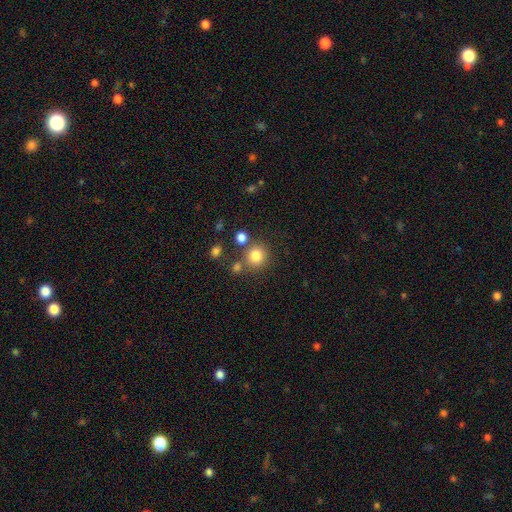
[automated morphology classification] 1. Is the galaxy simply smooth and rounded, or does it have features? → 81% smooth, 12% star or artifact, 7% featured or disk.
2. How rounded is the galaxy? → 89% round, 10% in between, 1% cigar-shaped.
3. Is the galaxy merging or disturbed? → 74% none, 13% merger, 10% minor disturbance, 4% major disturbance.